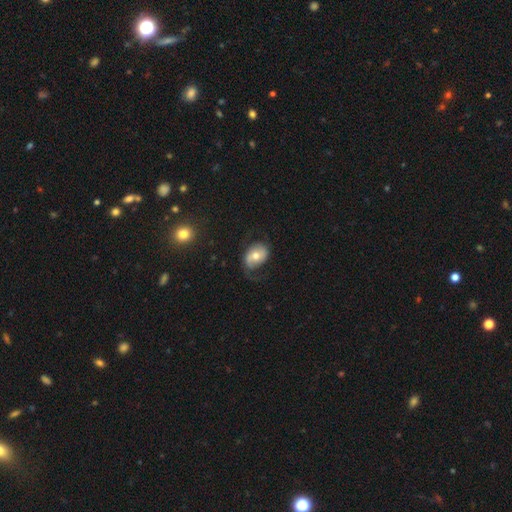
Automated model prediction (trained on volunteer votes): smooth_or_featured: featured or disk (p=0.52) [alt: smooth p=0.40]
disk_edge_on: no (p=0.95) [alt: yes p=0.05]
merging: none (p=0.55) [alt: minor disturbance p=0.25]